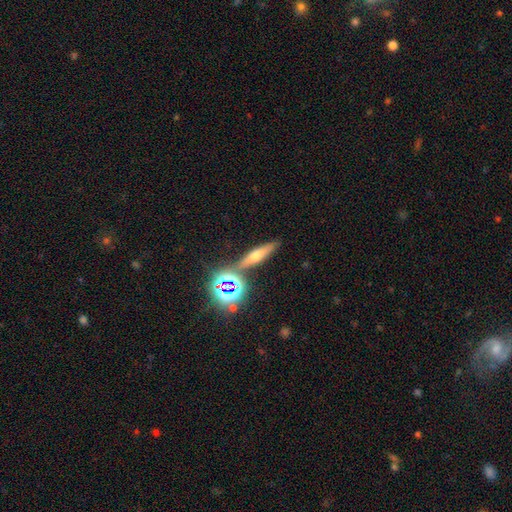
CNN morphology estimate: Smooth or featured?
  - smooth: 41% *
  - featured or disk: 38%
  - star or artifact: 22%
Merging?
  - none: 79% *
  - minor disturbance: 9%
  - merger: 9%
  - major disturbance: 3%